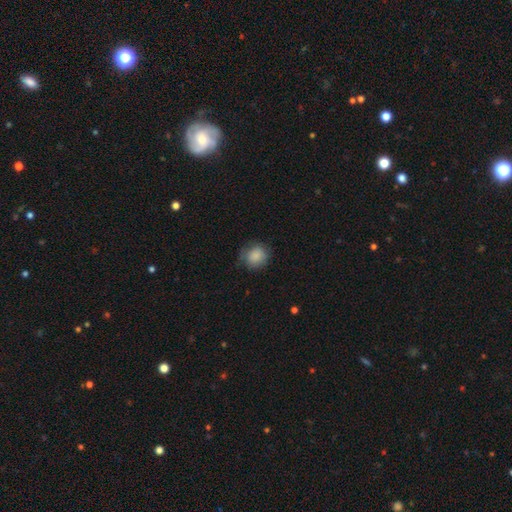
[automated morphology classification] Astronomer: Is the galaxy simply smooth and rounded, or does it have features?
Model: smooth — 86%.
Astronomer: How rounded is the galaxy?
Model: round — 80%.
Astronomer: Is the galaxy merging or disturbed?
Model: none — 69%.